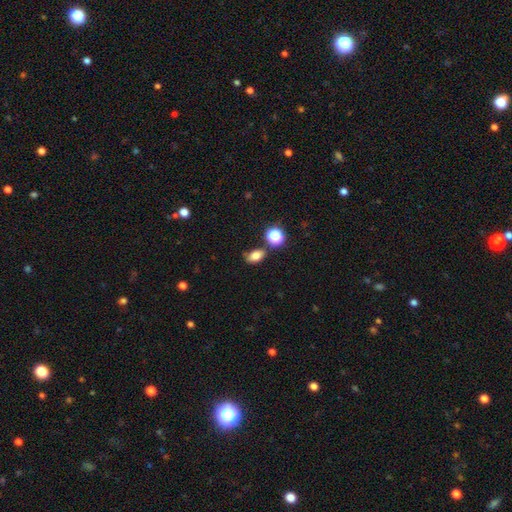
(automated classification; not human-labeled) Smooth or featured? Predicted: smooth (p=0.78). How rounded? Predicted: in between (p=0.82). Merging? Predicted: none (p=0.69).